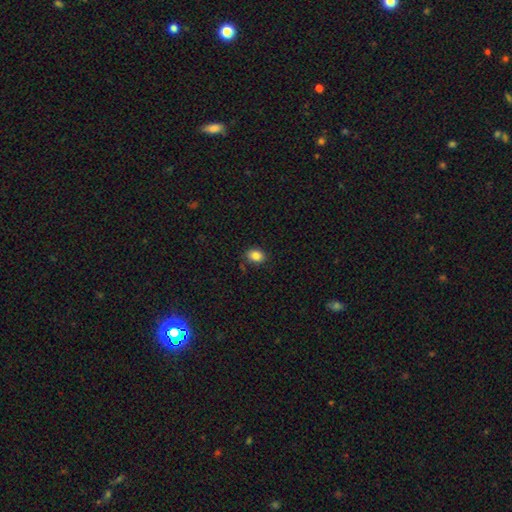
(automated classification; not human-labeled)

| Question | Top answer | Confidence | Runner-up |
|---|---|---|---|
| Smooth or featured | smooth | 85% | star or artifact (10%) |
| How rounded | in between | 64% | round (35%) |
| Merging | none | 82% | minor disturbance (13%) |